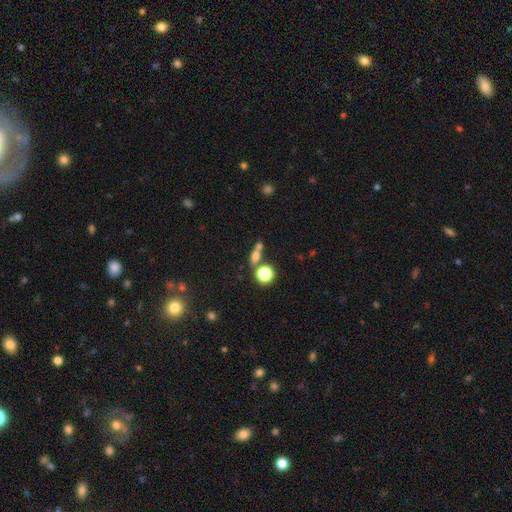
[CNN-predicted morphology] Smooth or featured? Predicted: smooth (p=0.64). How rounded? Predicted: in between (p=0.45). Merging? Predicted: none (p=0.48).